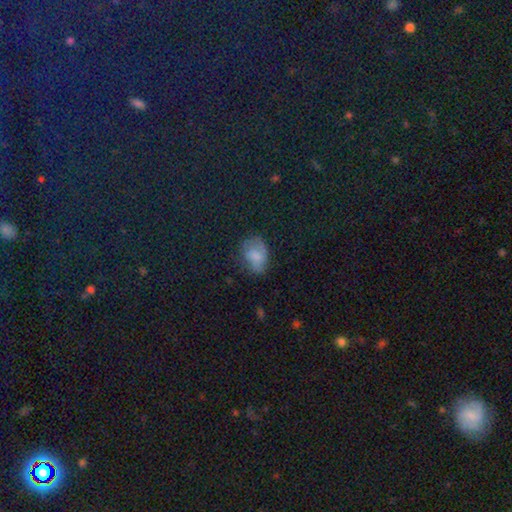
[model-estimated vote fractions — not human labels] A smooth galaxy with no disk features (67%) that is in between round and cigar-shaped (75%).

Vote fractions:
- Smooth or featured? smooth: 67% / featured or disk: 20% / star or artifact: 13%
- How rounded? in between: 75% / round: 23% / cigar-shaped: 1%
- Merging? none: 58% / minor disturbance: 27% / major disturbance: 13% / merger: 2%